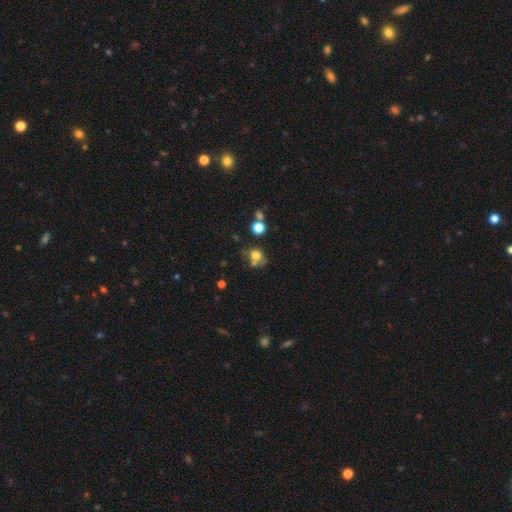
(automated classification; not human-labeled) The model was most divided on "merging": none: 47%, merger: 32%, minor disturbance: 14%, major disturbance: 8%. More confident: how rounded — round (74%); smooth or featured — smooth (70%).